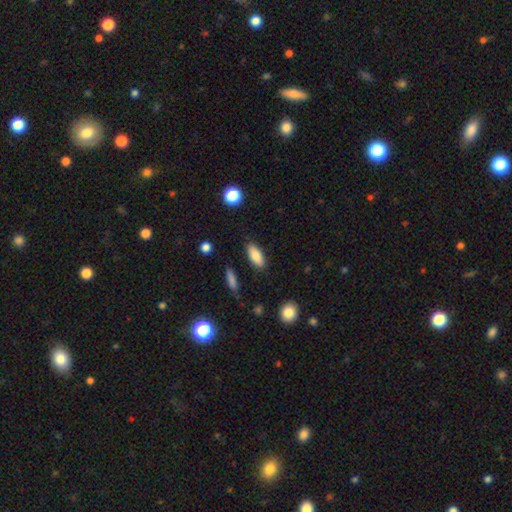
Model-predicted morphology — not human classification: smooth_or_featured: smooth (p=0.84) [alt: featured or disk p=0.09]
how_rounded: in between (p=0.76) [alt: cigar-shaped p=0.22]
merging: none (p=0.87) [alt: minor disturbance p=0.09]